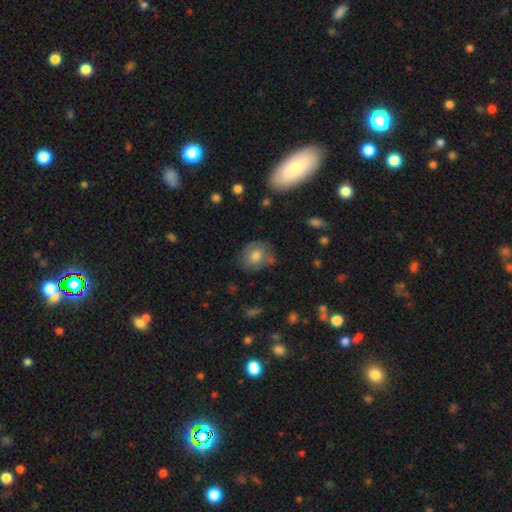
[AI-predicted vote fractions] Smooth or featured: smooth — 74% (featured or disk — 18%)
How rounded: round — 69% (in between — 30%)
Merging: none — 72% (minor disturbance — 18%)